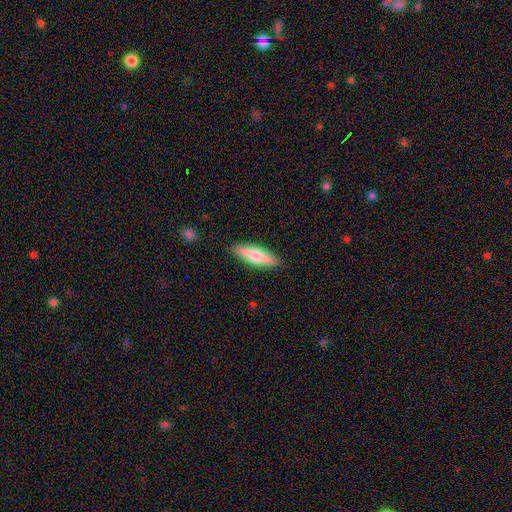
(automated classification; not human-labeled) Smooth or featured?
  - smooth: 66% *
  - featured or disk: 29%
  - star or artifact: 5%
How rounded?
  - cigar-shaped: 67% *
  - in between: 32%
  - round: 2%
Merging?
  - none: 88% *
  - minor disturbance: 9%
  - major disturbance: 2%
  - merger: 1%